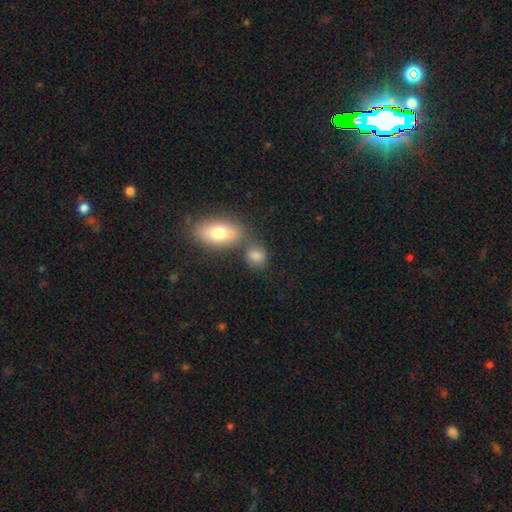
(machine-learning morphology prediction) This appears to be a smooth galaxy with no disk features (77%) that is in between round and cigar-shaped (49%, tied with round). Merging: none (54%).